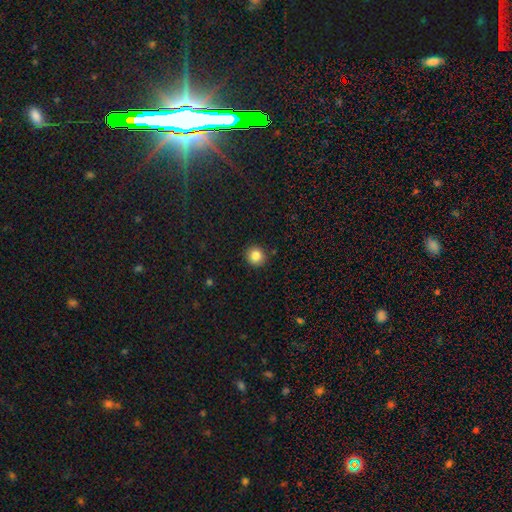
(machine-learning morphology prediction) type=smooth (84%); roundness=round (93%); merging=none (91%).